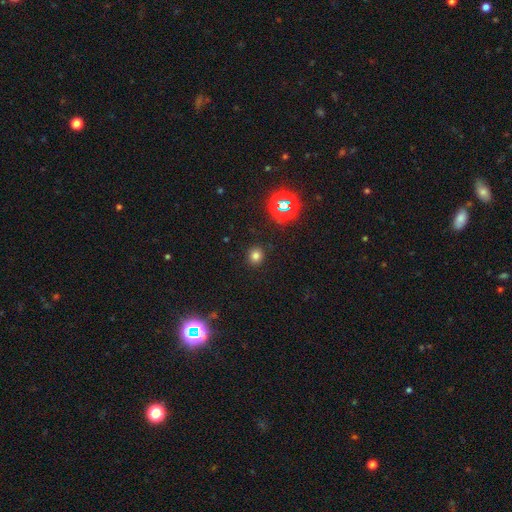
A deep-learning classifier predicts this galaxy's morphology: The model was most divided on "smooth or featured": smooth: 75%, star or artifact: 20%, featured or disk: 6%. More confident: merging — none (90%); how rounded — round (86%).